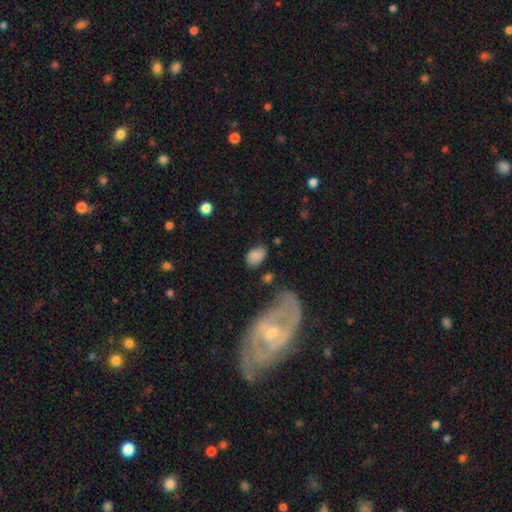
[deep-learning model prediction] smooth 81%, featured or disk 10%, star or artifact 9%. Down the decision tree: how rounded — in between (86%); merging — none (66%).